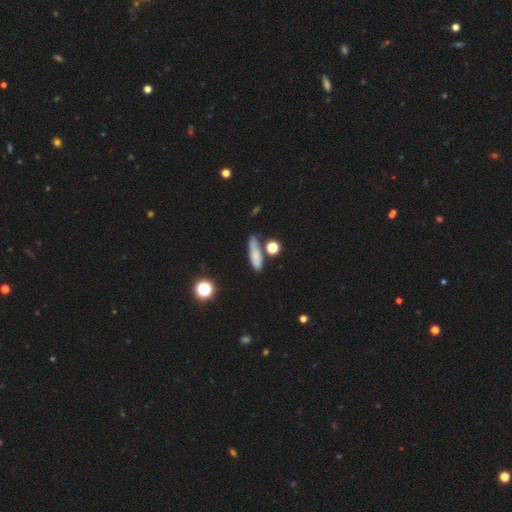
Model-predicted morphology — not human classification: Q: Smooth or featured?
A: smooth (72%); runner-up: featured or disk (16%)
Q: How rounded?
A: cigar-shaped (58%); runner-up: in between (34%)
Q: Merging?
A: none (60%); runner-up: minor disturbance (22%)